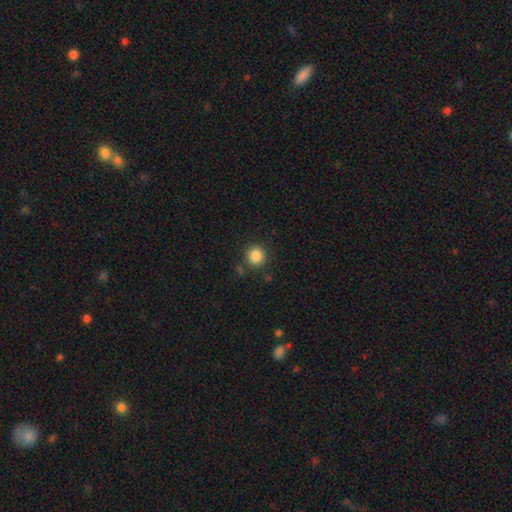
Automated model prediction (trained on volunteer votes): A smooth galaxy with no disk features (86%) that is round (91%).

Vote fractions:
- Smooth or featured? smooth: 86% / star or artifact: 10% / featured or disk: 4%
- How rounded? round: 91% / in between: 8% / cigar-shaped: 1%
- Merging? none: 85% / minor disturbance: 8% / merger: 4% / major disturbance: 3%